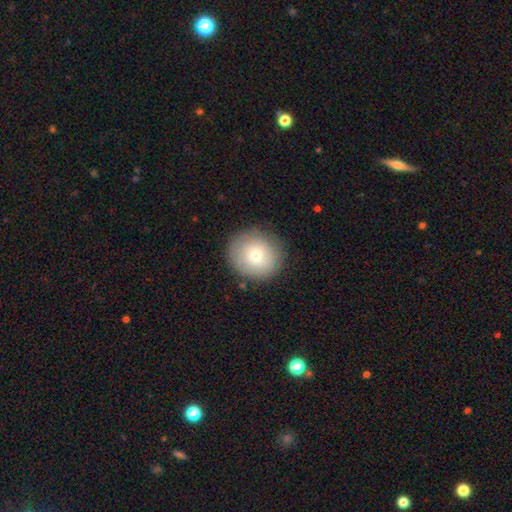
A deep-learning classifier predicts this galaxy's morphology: A smooth galaxy with no disk features (72%) that is round (86%).

Vote fractions:
- Smooth or featured? smooth: 72% / featured or disk: 19% / star or artifact: 8%
- How rounded? round: 86% / in between: 13% / cigar-shaped: 1%
- Merging? none: 84% / minor disturbance: 11% / major disturbance: 4% / merger: 1%